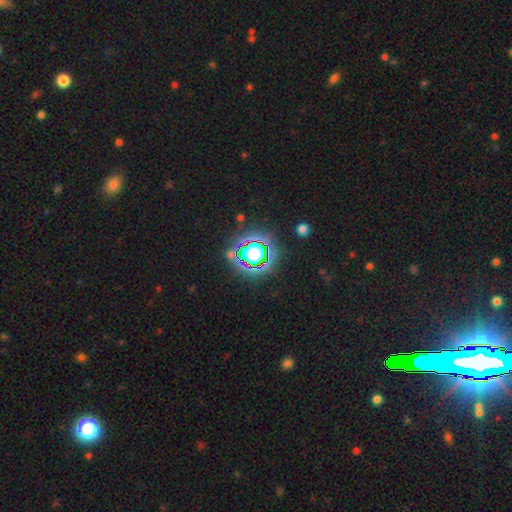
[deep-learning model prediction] Smooth or featured? star or artifact (82%)